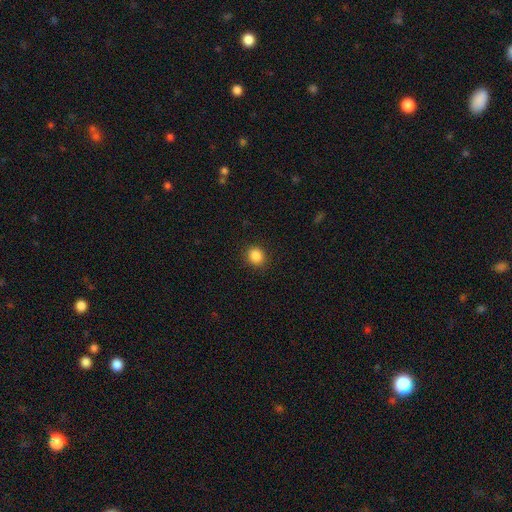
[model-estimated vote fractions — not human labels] Smooth or featured? Predicted: smooth (p=0.86). How rounded? Predicted: round (p=0.82). Merging? Predicted: none (p=0.90).